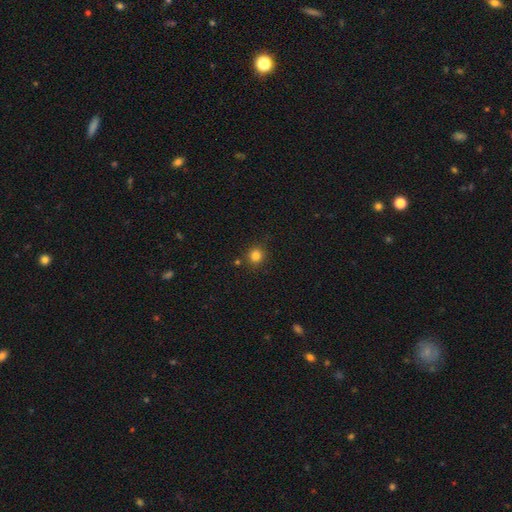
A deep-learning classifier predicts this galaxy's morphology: type=smooth (82%); roundness=round (91%); merging=none (86%).